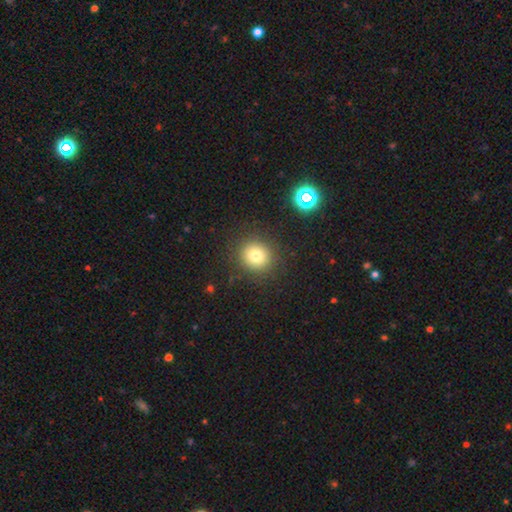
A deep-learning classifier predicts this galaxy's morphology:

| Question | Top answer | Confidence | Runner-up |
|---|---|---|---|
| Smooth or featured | smooth | 77% | star or artifact (14%) |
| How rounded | round | 88% | in between (11%) |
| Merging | none | 89% | minor disturbance (7%) |